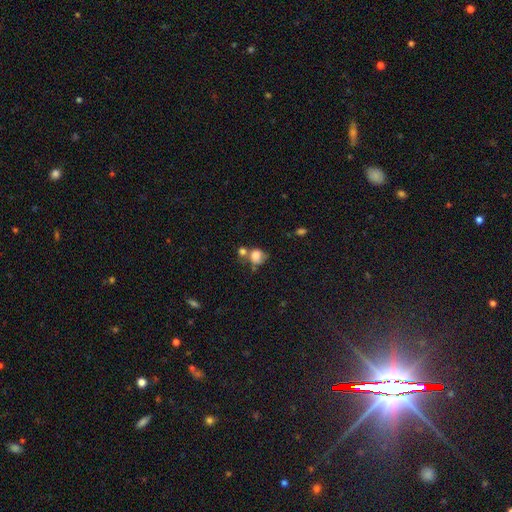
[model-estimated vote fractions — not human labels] Smooth or featured: smooth — 79% (featured or disk — 10%)
How rounded: round — 69% (in between — 29%)
Merging: merger — 37% (none — 36%)